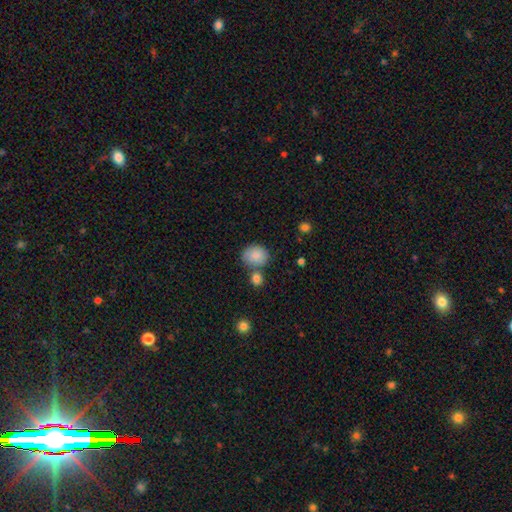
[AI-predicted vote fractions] smooth_or_featured: smooth (p=0.83) [alt: featured or disk p=0.09]
how_rounded: round (p=0.64) [alt: in between p=0.35]
merging: none (p=0.55) [alt: merger p=0.20]